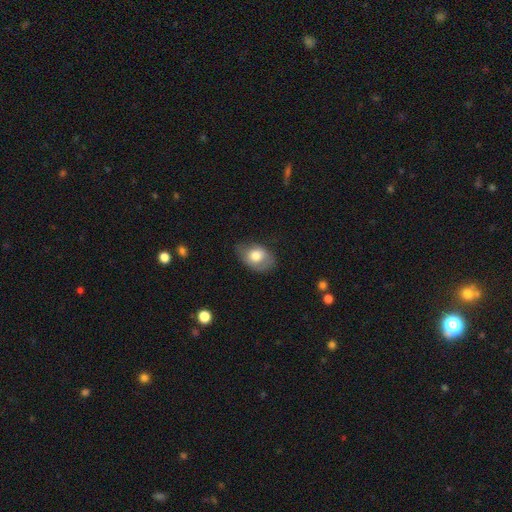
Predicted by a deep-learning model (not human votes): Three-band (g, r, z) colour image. It shows a smooth galaxy with no disk features (71%) that is in between round and cigar-shaped (77%). Merging: none (56%).